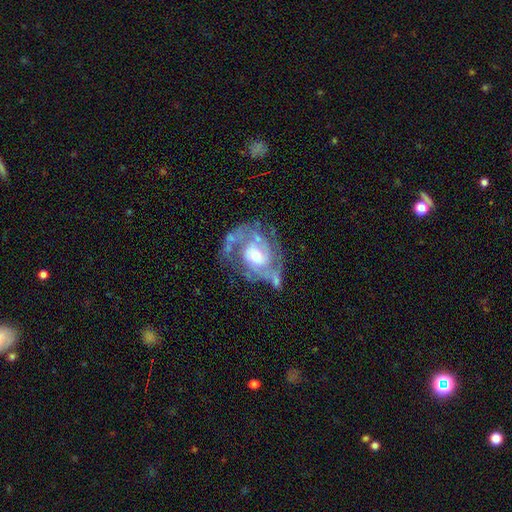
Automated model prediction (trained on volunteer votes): Smooth or featured: featured or disk — 87% (smooth — 8%)
Edge-on disk: no — 98% (yes — 2%)
Bar: no — 59% (weak — 33%)
Spiral arms: yes — 93% (no — 7%)
Spiral winding: tight — 48% (medium — 41%)
Spiral arm count: 2 — 61% (can't tell — 17%)
Bulge size: moderate — 57% (small — 30%)
Merging: none — 55% (minor disturbance — 22%)